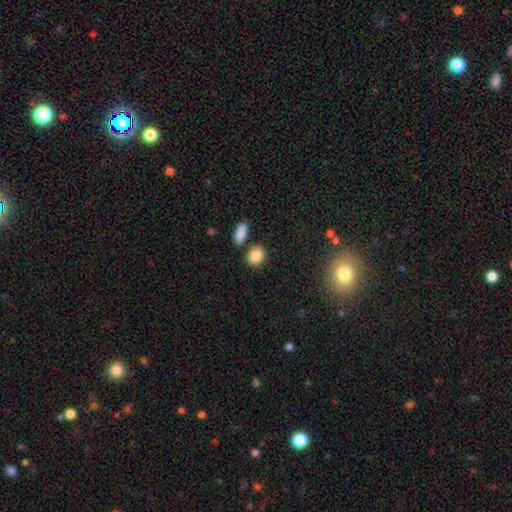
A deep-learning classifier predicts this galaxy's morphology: Smooth or featured?
  - smooth: 87% *
  - star or artifact: 8%
  - featured or disk: 5%
How rounded?
  - round: 61% *
  - in between: 38%
  - cigar-shaped: 2%
Merging?
  - none: 78% *
  - merger: 10%
  - minor disturbance: 10%
  - major disturbance: 3%